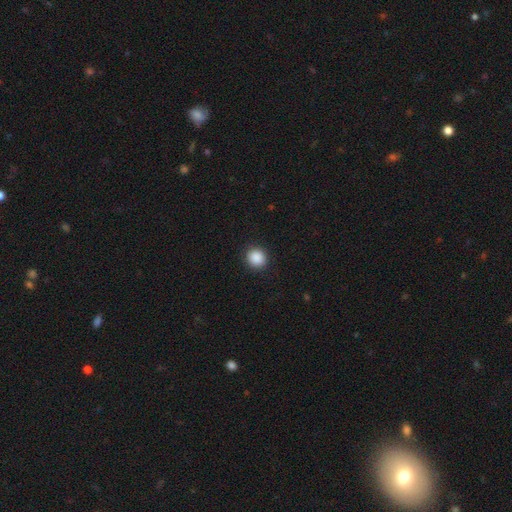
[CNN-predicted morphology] This appears to be a smooth galaxy with no disk features (89%) that is round (90%). Merging: none (91%).